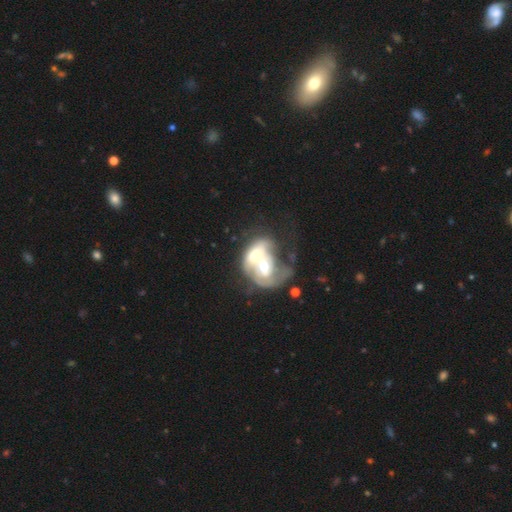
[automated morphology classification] Smooth or featured? Predicted: featured or disk (p=0.65). Edge-on disk? Predicted: no (p=0.96). Bar? Predicted: no (p=0.75). Spiral arms? Predicted: no (p=0.56). Bulge size? Predicted: moderate (p=0.68). Merging? Predicted: merger (p=0.84).